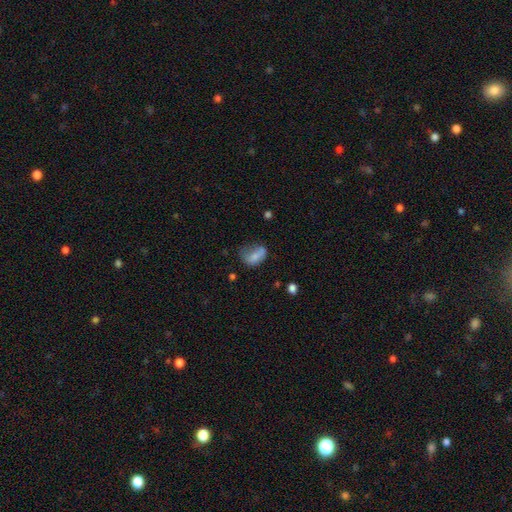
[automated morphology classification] A smooth galaxy with no disk features (69%) that is in between round and cigar-shaped (79%).

Vote fractions:
- Smooth or featured? smooth: 69% / featured or disk: 20% / star or artifact: 11%
- How rounded? in between: 79% / round: 19% / cigar-shaped: 2%
- Merging? major disturbance: 33% / minor disturbance: 30% / none: 28% / merger: 9%